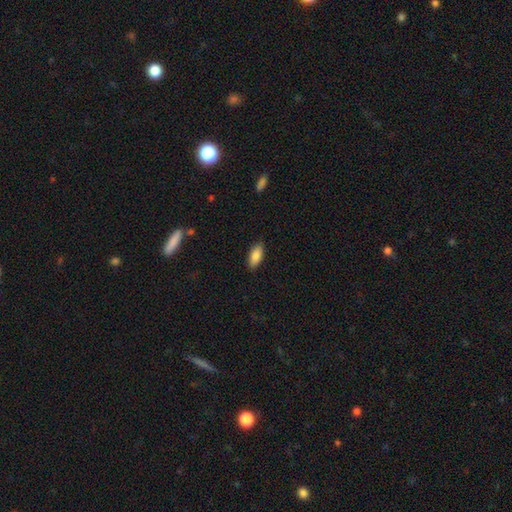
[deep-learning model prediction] Morphology: type=smooth (84%); roundness=in between (84%); merging=none (87%).